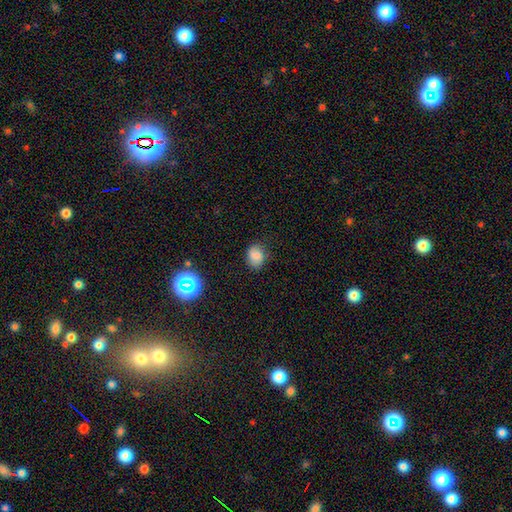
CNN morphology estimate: smooth-or-featured: smooth: 79% | star or artifact: 12% | featured or disk: 9%
  how-rounded: round: 51% | in between: 48% | cigar-shaped: 1%
  merging: none: 75% | minor disturbance: 19% | major disturbance: 4% | merger: 1%